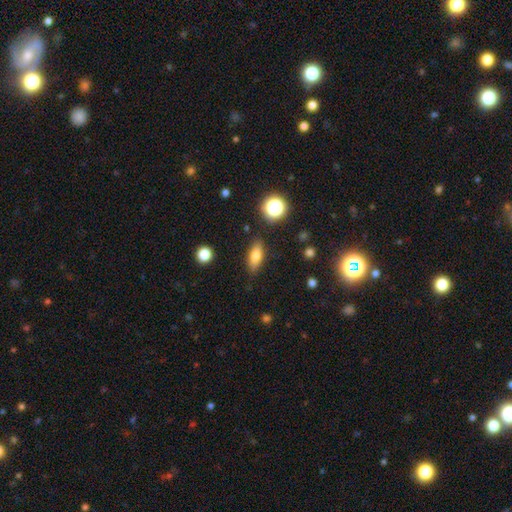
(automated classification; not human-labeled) The model was most divided on "how rounded": in between: 72%, cigar-shaped: 22%, round: 6%. More confident: merging — none (84%); smooth or featured — smooth (73%).